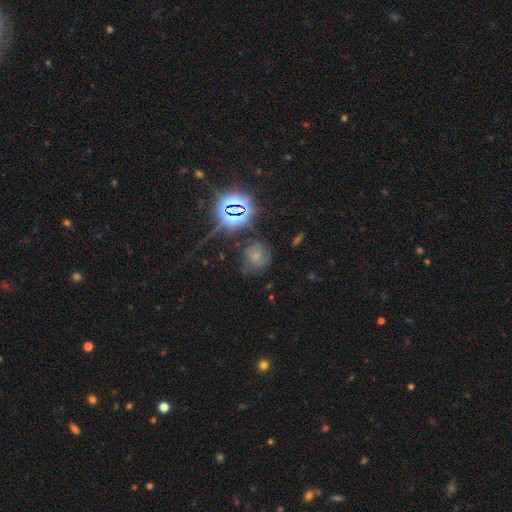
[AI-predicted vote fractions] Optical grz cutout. It shows a smooth galaxy with no disk features (52%) that is round (79%). Merging: none (66%).